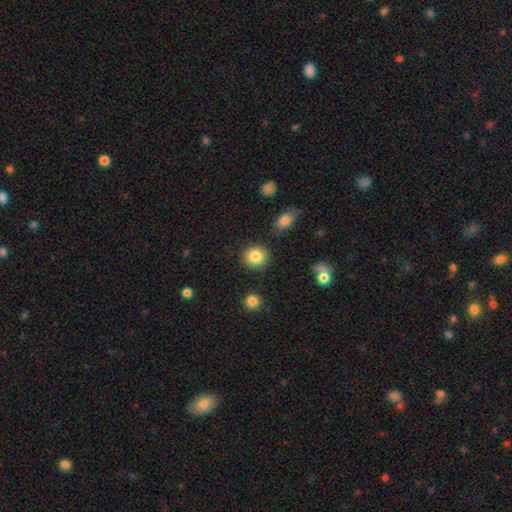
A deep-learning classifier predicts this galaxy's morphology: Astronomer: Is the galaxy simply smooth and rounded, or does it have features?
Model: smooth — 85%.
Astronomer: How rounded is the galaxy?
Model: round — 85%.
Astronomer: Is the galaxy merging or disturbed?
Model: none — 87%.